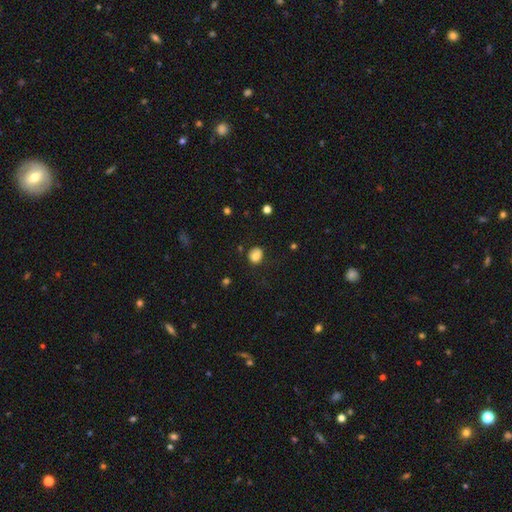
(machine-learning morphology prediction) Smooth or featured? smooth (81%)
How rounded? round (63%)
Merging? none (70%)